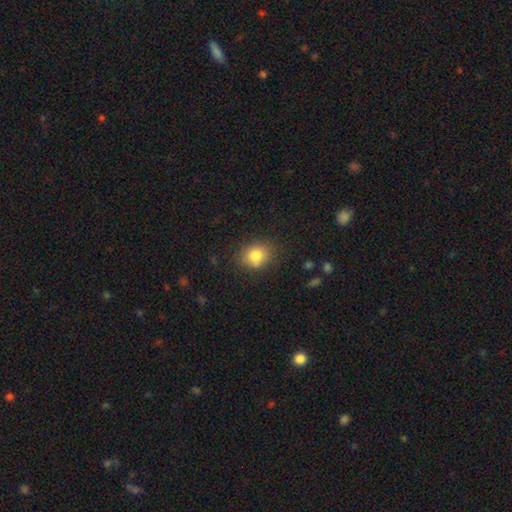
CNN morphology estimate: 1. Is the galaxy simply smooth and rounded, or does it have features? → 81% smooth, 10% star or artifact, 8% featured or disk.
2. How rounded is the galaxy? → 62% round, 37% in between, 1% cigar-shaped.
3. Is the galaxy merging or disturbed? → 78% none, 15% minor disturbance, 4% major disturbance, 3% merger.